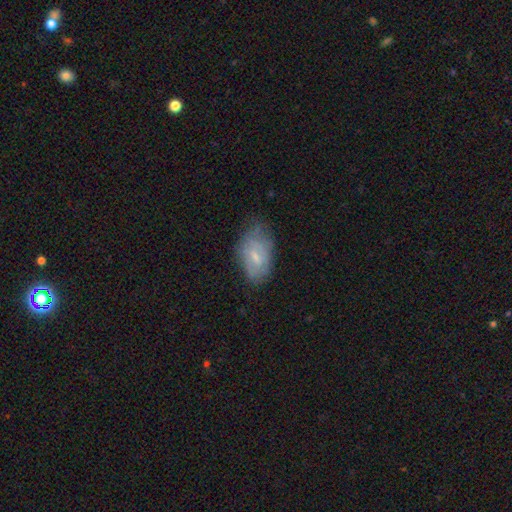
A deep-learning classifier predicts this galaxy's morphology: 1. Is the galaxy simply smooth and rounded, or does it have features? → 51% smooth, 41% featured or disk, 8% star or artifact.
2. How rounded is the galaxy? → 90% in between, 7% round, 3% cigar-shaped.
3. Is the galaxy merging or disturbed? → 58% none, 30% minor disturbance, 9% major disturbance, 2% merger.